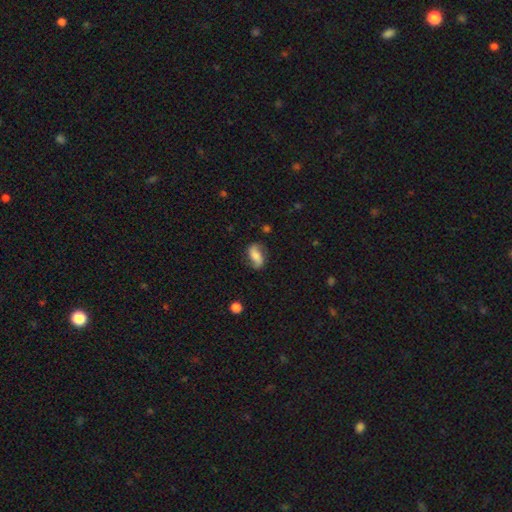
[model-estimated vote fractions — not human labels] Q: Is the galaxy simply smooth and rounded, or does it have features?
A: featured or disk — 51%.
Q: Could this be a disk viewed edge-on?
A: no — 94%.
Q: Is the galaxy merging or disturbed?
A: none — 72%.